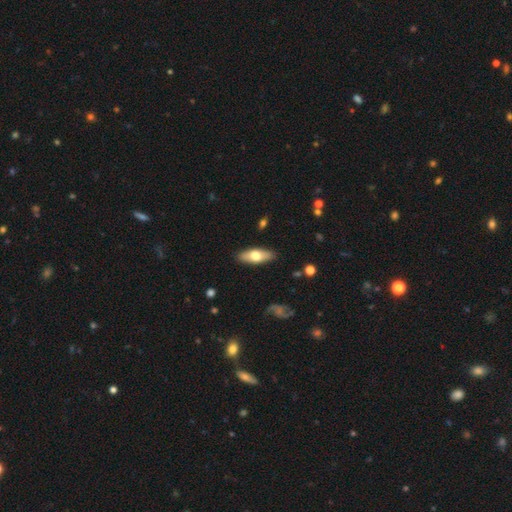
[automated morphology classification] Smooth or featured? Predicted: smooth (p=0.65). How rounded? Predicted: in between (p=0.72). Merging? Predicted: none (p=0.87).